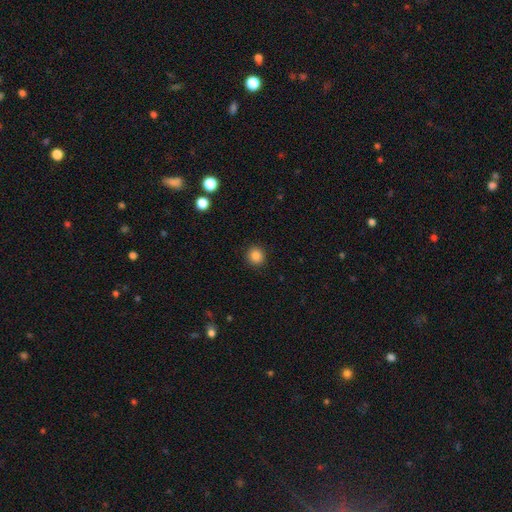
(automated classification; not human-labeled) Smooth or featured?
  - smooth: 86% *
  - star or artifact: 10%
  - featured or disk: 3%
How rounded?
  - round: 91% *
  - in between: 8%
  - cigar-shaped: 1%
Merging?
  - none: 91% *
  - minor disturbance: 6%
  - major disturbance: 2%
  - merger: 1%